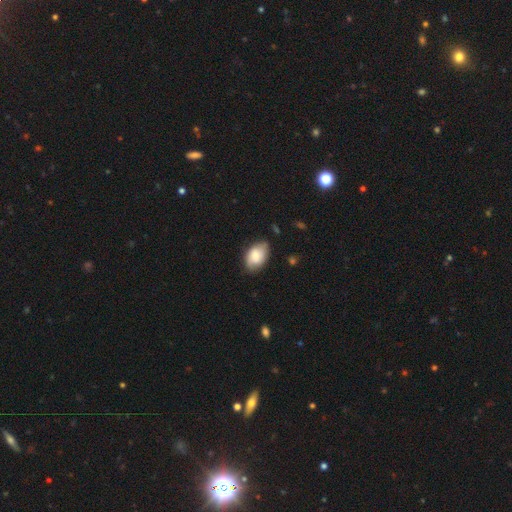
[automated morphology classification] Smooth or featured? Predicted: smooth (p=0.79). How rounded? Predicted: in between (p=0.89). Merging? Predicted: none (p=0.74).